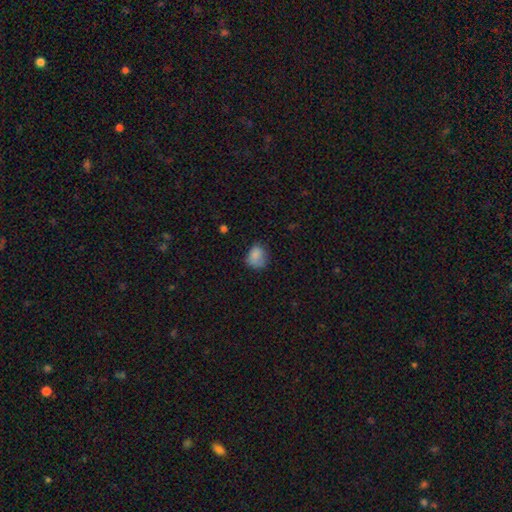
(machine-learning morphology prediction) Overall: smooth (82%). How rounded: in between (52%; round 47%). Merging: none (54%; minor disturbance 31%).